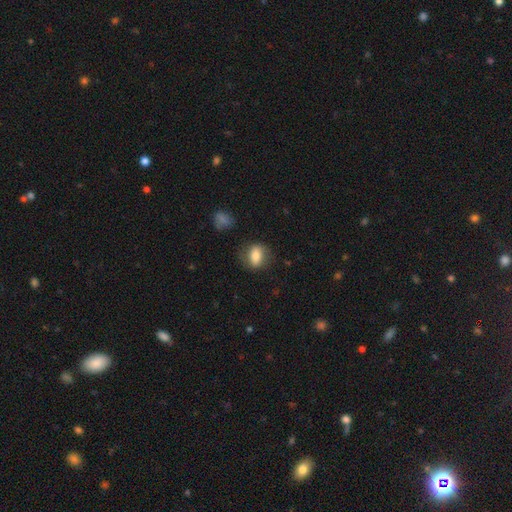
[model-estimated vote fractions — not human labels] Overall: smooth (75%). How rounded: in between (68%; round 28%). Merging: none (73%).